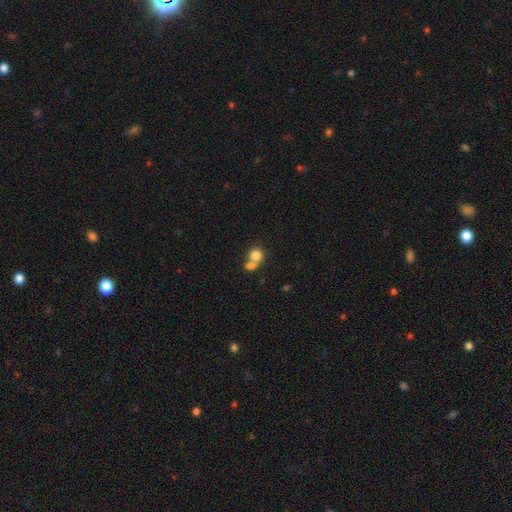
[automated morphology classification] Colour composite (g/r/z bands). It shows a smooth galaxy with no disk features (79%) that is round (80%). Merging: merger (60%).